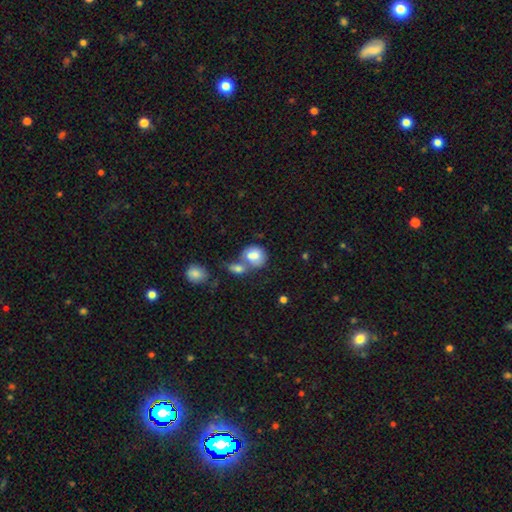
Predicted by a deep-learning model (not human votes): Smooth or featured? smooth (78%)
How rounded? round (61%)
Merging? merger (51%)